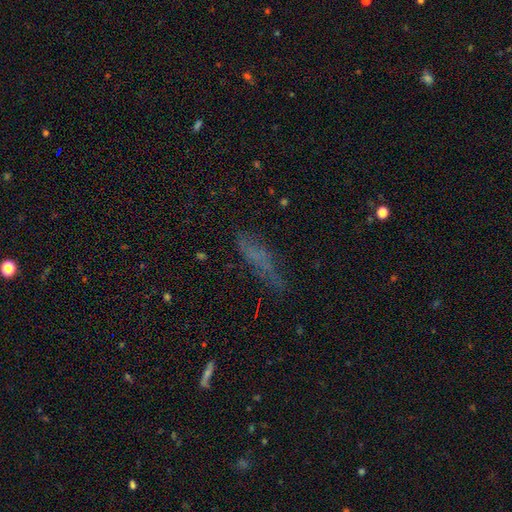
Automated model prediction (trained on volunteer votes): Smooth or featured: smooth — 47% (featured or disk — 28%)
Merging: none — 61% (minor disturbance — 22%)